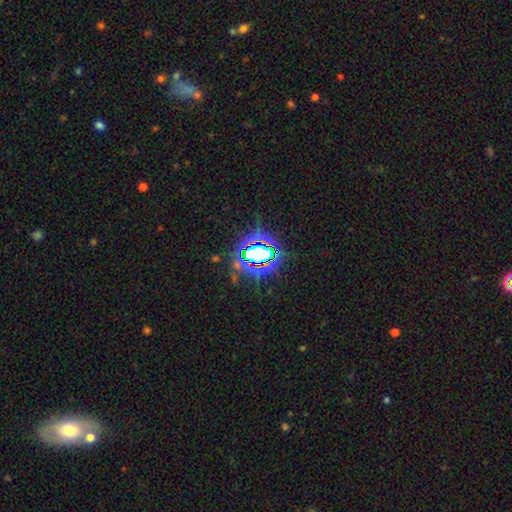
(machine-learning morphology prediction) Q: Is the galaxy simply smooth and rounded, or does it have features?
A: star or artifact — 74%.